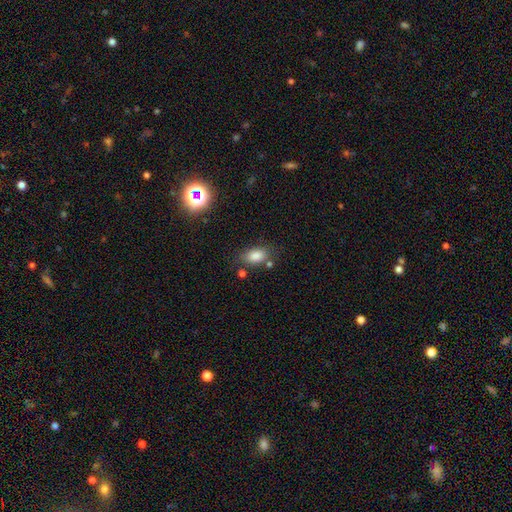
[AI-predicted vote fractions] The model was most divided on "merging": none: 70%, minor disturbance: 17%, merger: 7%, major disturbance: 5%. More confident: how rounded — in between (88%); smooth or featured — smooth (83%).